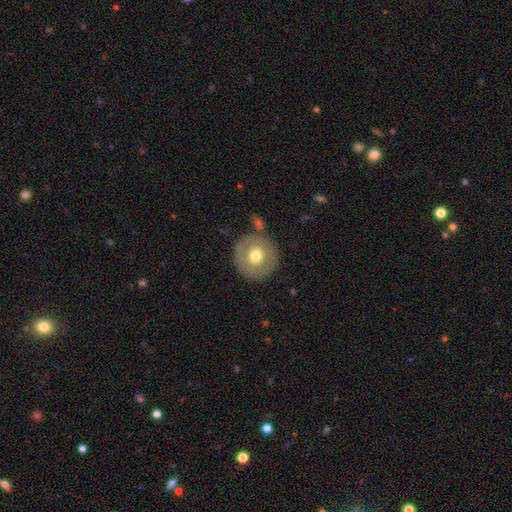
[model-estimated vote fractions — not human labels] Smooth or featured? Predicted: smooth (p=0.60). How rounded? Predicted: round (p=0.95). Merging? Predicted: none (p=0.82).